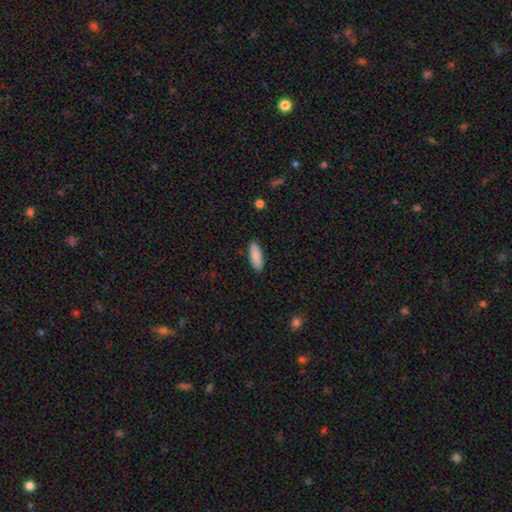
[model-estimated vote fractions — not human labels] Overall: smooth (88%). How rounded: in between (70%). Merging: none (89%).